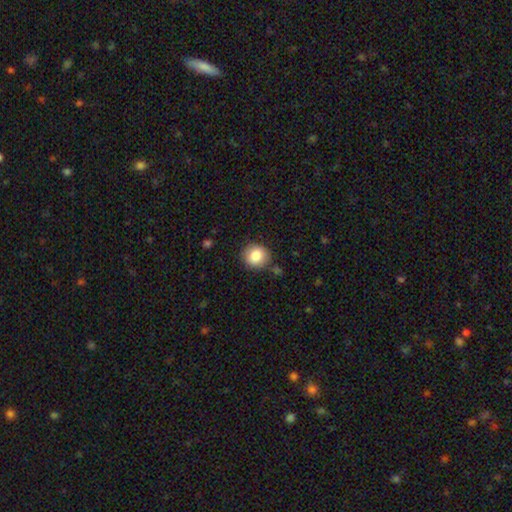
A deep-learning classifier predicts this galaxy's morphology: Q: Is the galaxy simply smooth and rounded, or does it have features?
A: smooth — 84%.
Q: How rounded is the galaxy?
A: round — 85%.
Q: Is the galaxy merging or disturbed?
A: none — 84%.